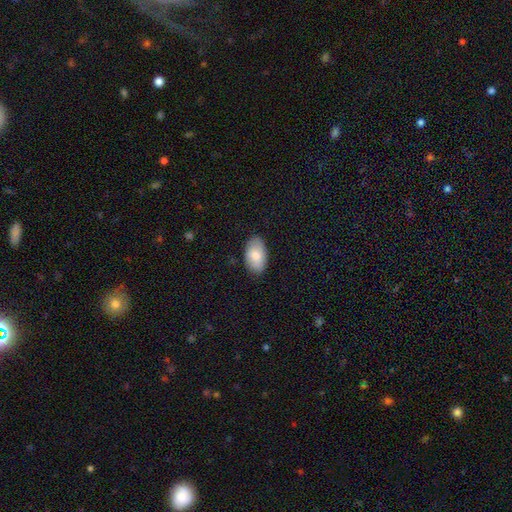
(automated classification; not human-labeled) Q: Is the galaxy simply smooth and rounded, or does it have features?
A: smooth — 80%.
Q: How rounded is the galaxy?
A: in between — 94%.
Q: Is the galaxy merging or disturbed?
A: none — 84%.